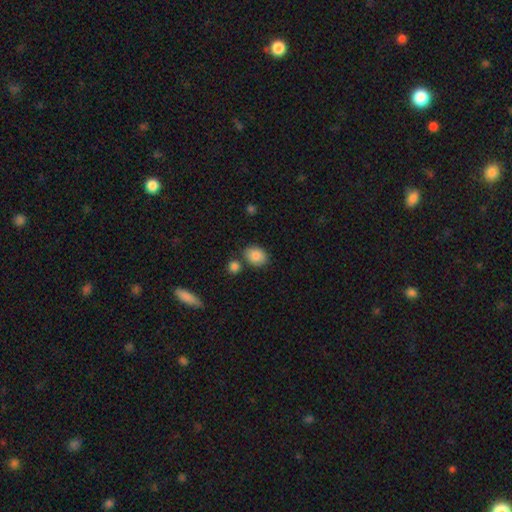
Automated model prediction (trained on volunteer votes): The model was most divided on "how rounded": in between: 62%, round: 37%, cigar-shaped: 1%. More confident: smooth or featured — smooth (86%); merging — none (73%).